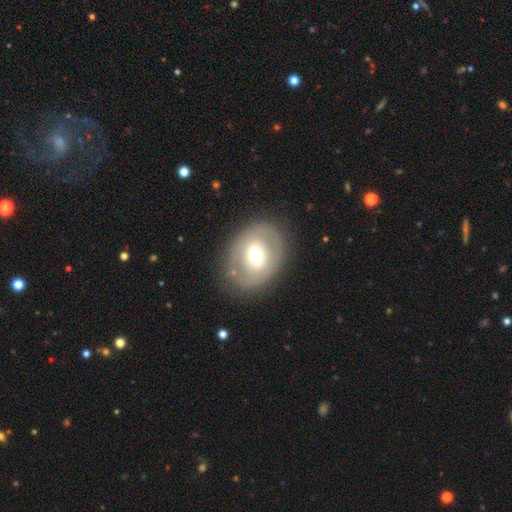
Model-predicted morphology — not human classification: Smooth or featured? smooth (49%)
Merging? none (80%)